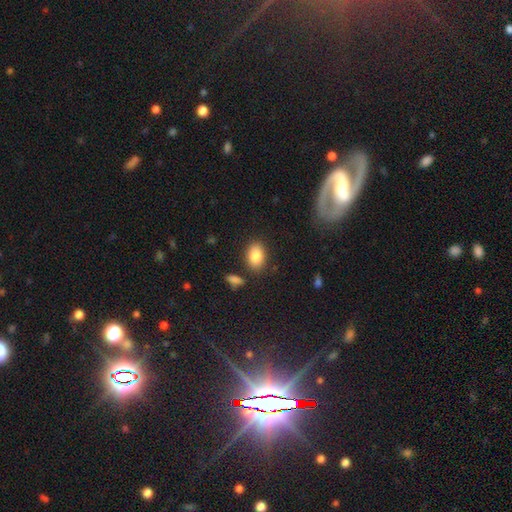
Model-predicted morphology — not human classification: Q: Smooth or featured?
A: smooth (85%); runner-up: star or artifact (8%)
Q: How rounded?
A: in between (83%); runner-up: round (15%)
Q: Merging?
A: none (83%); runner-up: minor disturbance (10%)